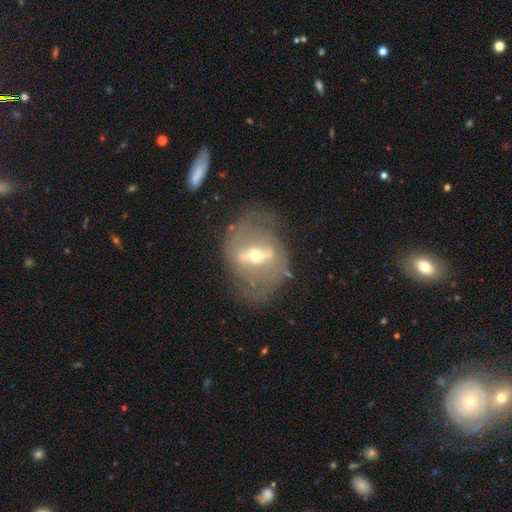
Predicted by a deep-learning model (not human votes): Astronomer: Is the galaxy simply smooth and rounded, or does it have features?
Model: featured or disk — 78%.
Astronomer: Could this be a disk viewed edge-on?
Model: no — 88%.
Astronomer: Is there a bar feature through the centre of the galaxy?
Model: strong — 63%.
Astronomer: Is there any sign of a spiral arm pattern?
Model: no — 55% (runner-up: yes, 45%).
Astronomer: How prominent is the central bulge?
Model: moderate — 50% (runner-up: small, 44%).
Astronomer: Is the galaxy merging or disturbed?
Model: none — 65%.